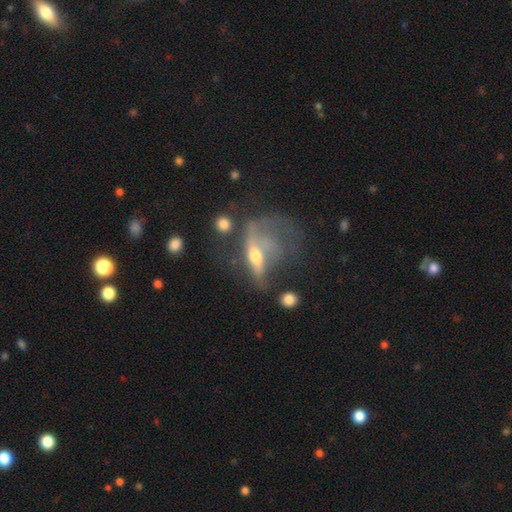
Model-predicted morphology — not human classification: Overall: featured or disk (58%; smooth 33%). Edge-on disk: no (68%; yes 32%). Merging: major disturbance (51%; none 23%).